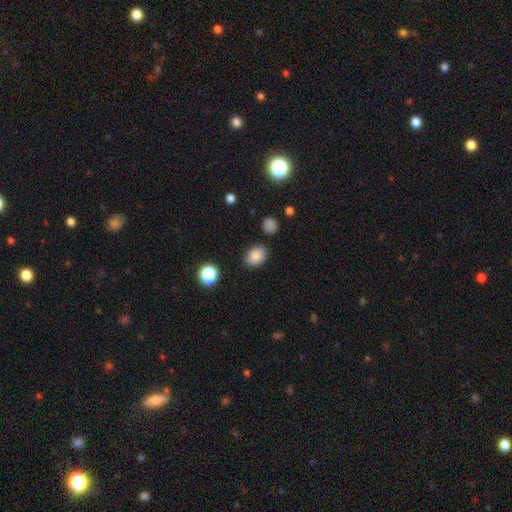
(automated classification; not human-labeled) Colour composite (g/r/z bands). It shows a smooth galaxy with no disk features (84%) that is in between round and cigar-shaped (69%). Merging: none (84%).